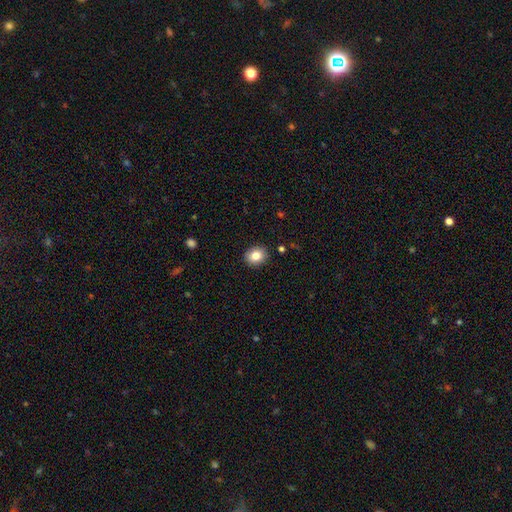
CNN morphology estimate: A smooth galaxy with no disk features (83%) that is round (65%).

Vote fractions:
- Smooth or featured? smooth: 83% / star or artifact: 9% / featured or disk: 8%
- How rounded? round: 65% / in between: 34% / cigar-shaped: 1%
- Merging? none: 89% / minor disturbance: 8% / major disturbance: 2% / merger: 1%